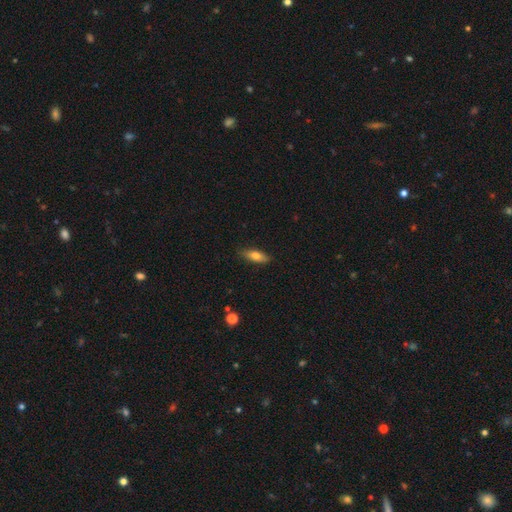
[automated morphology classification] Smooth or featured? smooth (74%)
How rounded? in between (67%)
Merging? none (86%)